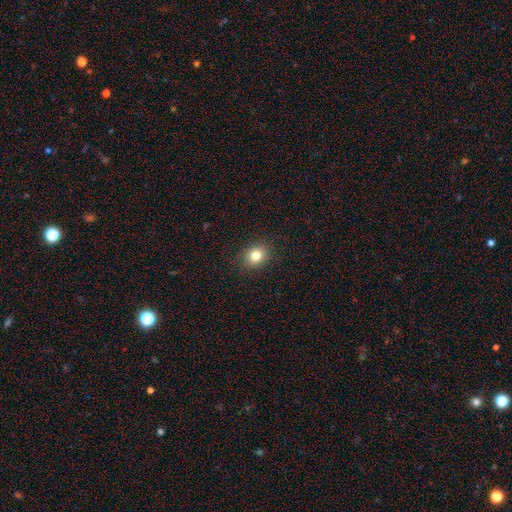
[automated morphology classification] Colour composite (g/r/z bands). It shows a smooth galaxy with no disk features (81%) that is round (57%). Merging: none (89%).